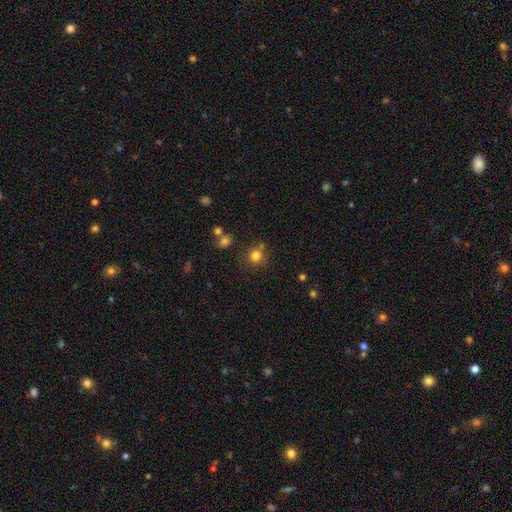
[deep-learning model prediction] The model was most divided on "merging": none: 73%, minor disturbance: 12%, merger: 10%, major disturbance: 4%. More confident: how rounded — round (89%); smooth or featured — smooth (79%).